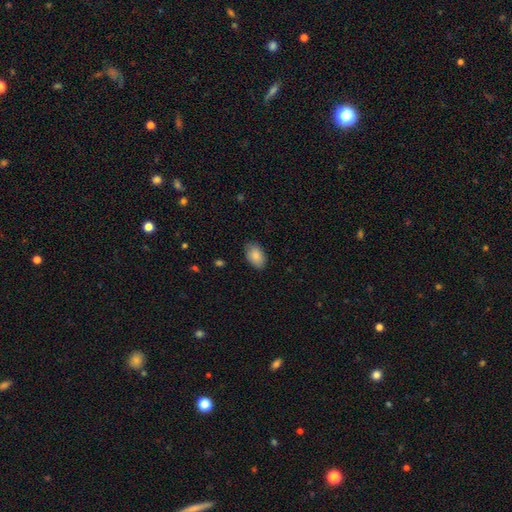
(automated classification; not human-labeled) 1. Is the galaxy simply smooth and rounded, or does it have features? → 86% smooth, 7% star or artifact, 7% featured or disk.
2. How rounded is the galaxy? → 90% in between, 9% round, 1% cigar-shaped.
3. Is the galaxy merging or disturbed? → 82% none, 15% minor disturbance, 3% major disturbance, 1% merger.